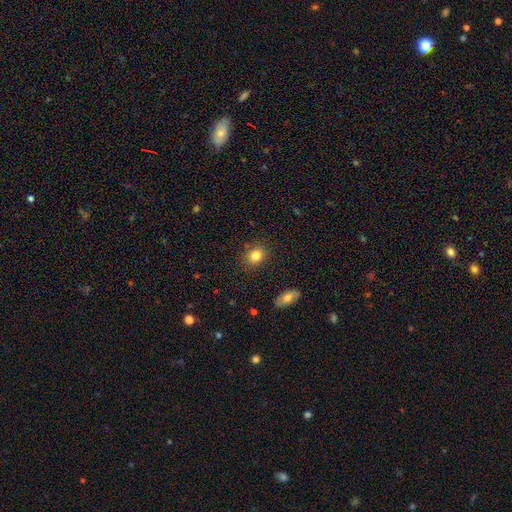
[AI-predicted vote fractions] Smooth or featured? smooth (83%)
How rounded? round (59%)
Merging? none (85%)